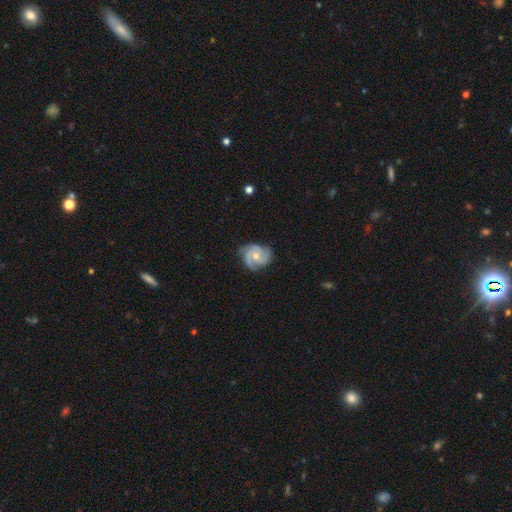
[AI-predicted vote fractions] The model was most divided on "spiral winding": tight: 50%, medium: 42%, loose: 9%. More confident: edge-on disk — no (98%); spiral arms — yes (97%); smooth or featured — featured or disk (85%); merging — none (69%); bar — no (66%); bulge size — moderate (60%); spiral arm count — 3 (54%).